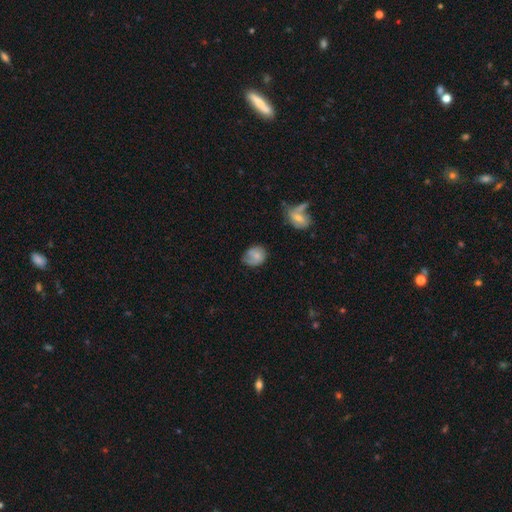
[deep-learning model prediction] smooth_or_featured: smooth (p=0.66) [alt: featured or disk p=0.26]
how_rounded: round (p=0.53) [alt: in between p=0.46]
merging: none (p=0.46) [alt: minor disturbance p=0.33]